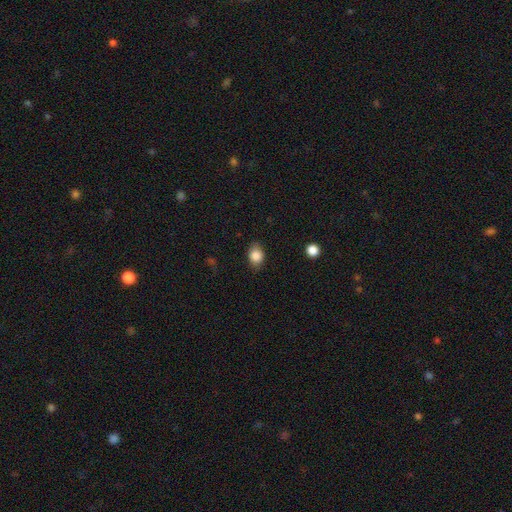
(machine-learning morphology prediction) Q: Smooth or featured?
A: smooth (86%); runner-up: star or artifact (9%)
Q: How rounded?
A: in between (59%); runner-up: round (39%)
Q: Merging?
A: none (78%); runner-up: minor disturbance (17%)